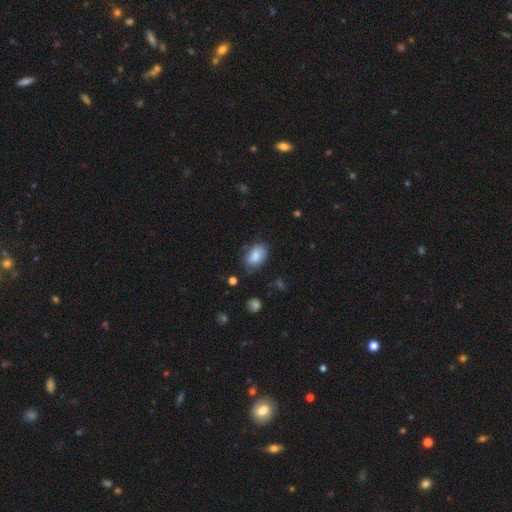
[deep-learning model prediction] A smooth galaxy with no disk features (83%) that is in between round and cigar-shaped (85%). Merging: none (64%).